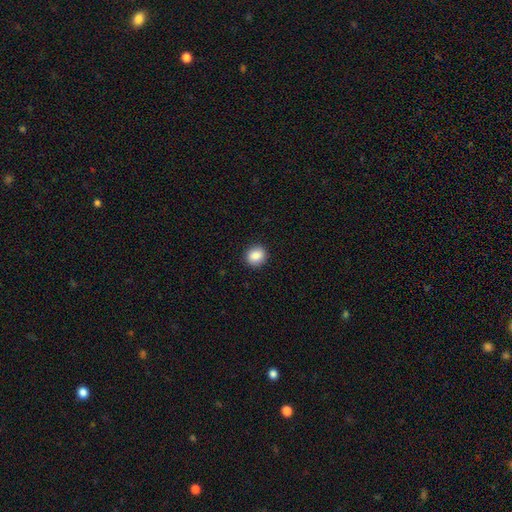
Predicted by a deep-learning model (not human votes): A smooth galaxy with no disk features (87%) that is round (79%).

Vote fractions:
- Smooth or featured? smooth: 87% / star or artifact: 8% / featured or disk: 4%
- How rounded? round: 79% / in between: 20% / cigar-shaped: 1%
- Merging? none: 90% / minor disturbance: 7% / major disturbance: 2% / merger: 1%